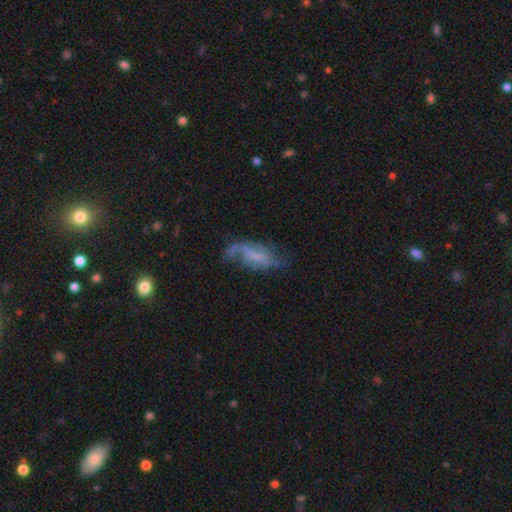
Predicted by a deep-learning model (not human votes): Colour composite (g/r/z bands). It shows a featured or disk galaxy (59%). Merging: none (37%).